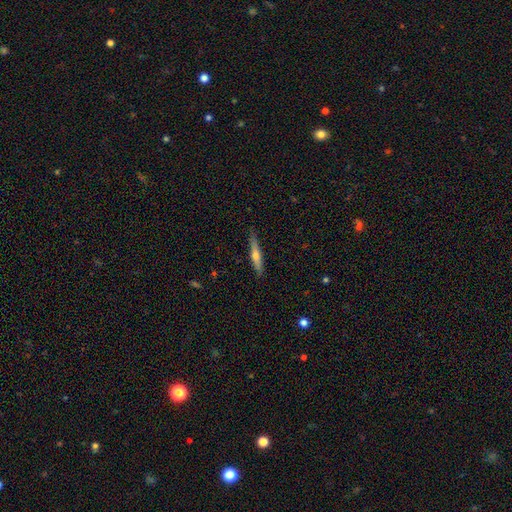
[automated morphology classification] A featured or disk galaxy (55%) viewed edge-on (95%) with a rounded central bulge (86%).

Vote fractions:
- Smooth or featured? featured or disk: 55% / smooth: 39% / star or artifact: 6%
- Edge-on disk? yes: 95% / no: 5%
- Edge-on bulge? rounded: 86% / none: 11% / boxy: 3%
- Merging? none: 85% / minor disturbance: 12% / major disturbance: 2% / merger: 1%